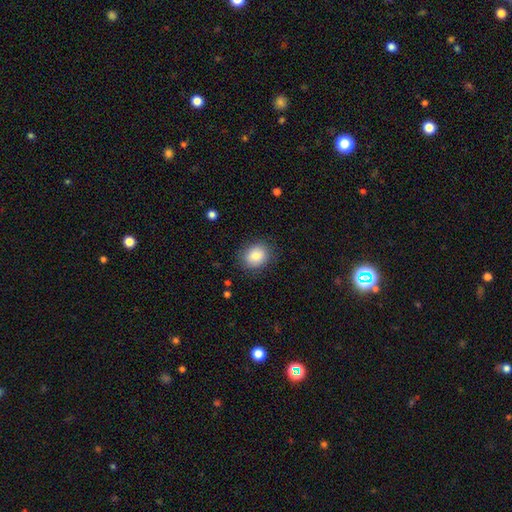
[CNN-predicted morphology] Smooth or featured? smooth (81%)
How rounded? round (64%)
Merging? none (85%)